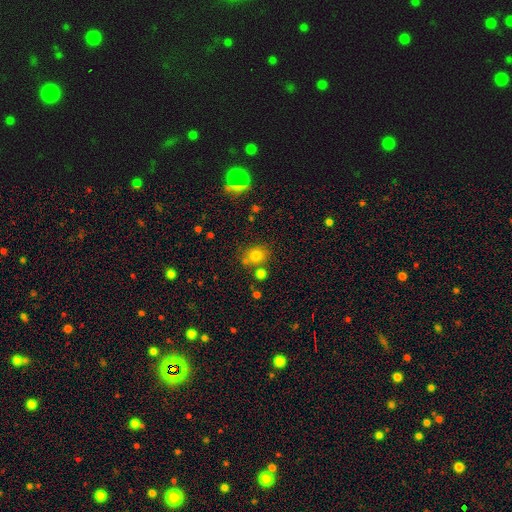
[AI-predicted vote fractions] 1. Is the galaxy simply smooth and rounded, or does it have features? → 74% smooth, 17% star or artifact, 9% featured or disk.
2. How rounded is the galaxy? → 70% round, 29% in between, 1% cigar-shaped.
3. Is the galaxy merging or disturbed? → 70% none, 14% merger, 12% minor disturbance, 4% major disturbance.